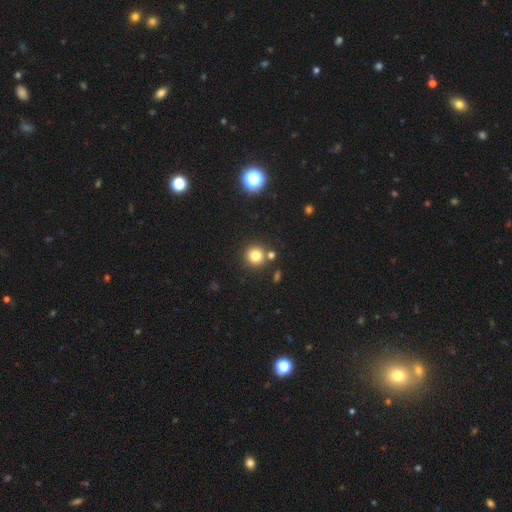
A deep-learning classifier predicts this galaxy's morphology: type=smooth (78%); roundness=round (93%); merging=none (78%).